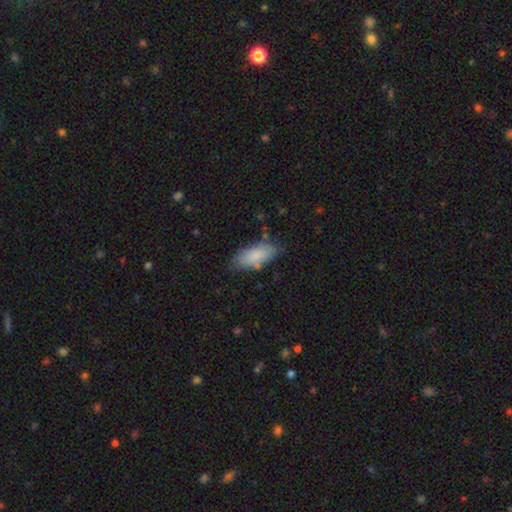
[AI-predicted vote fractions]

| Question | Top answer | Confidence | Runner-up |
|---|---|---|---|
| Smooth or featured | smooth | 84% | featured or disk (10%) |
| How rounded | in between | 84% | cigar-shaped (14%) |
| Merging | none | 73% | minor disturbance (19%) |